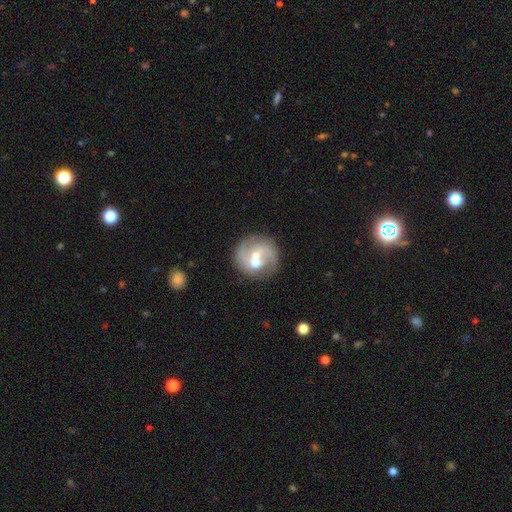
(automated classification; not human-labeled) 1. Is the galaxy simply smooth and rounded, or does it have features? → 72% featured or disk, 21% smooth, 7% star or artifact.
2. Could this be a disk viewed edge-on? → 98% no, 2% yes.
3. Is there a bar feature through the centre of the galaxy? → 49% no, 40% weak, 11% strong.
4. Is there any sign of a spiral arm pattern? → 84% yes, 16% no.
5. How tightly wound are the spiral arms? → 46% medium, 30% tight, 24% loose.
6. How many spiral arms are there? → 71% 2, 12% can't tell, 8% 1, 6% 3, 2% 4, 2% more than 4.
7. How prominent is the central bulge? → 56% moderate, 37% small, 3% large, 2% none, 1% dominant.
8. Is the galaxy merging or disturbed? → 60% none, 22% merger, 12% minor disturbance, 6% major disturbance.